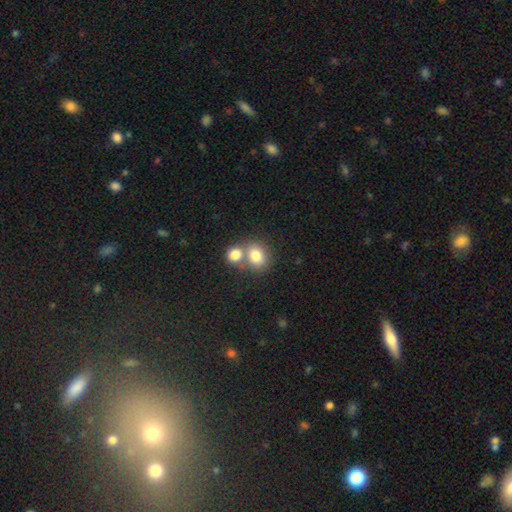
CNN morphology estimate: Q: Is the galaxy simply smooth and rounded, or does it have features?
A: smooth — 79%.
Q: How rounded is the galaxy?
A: round — 62%.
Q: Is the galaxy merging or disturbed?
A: merger — 49%.